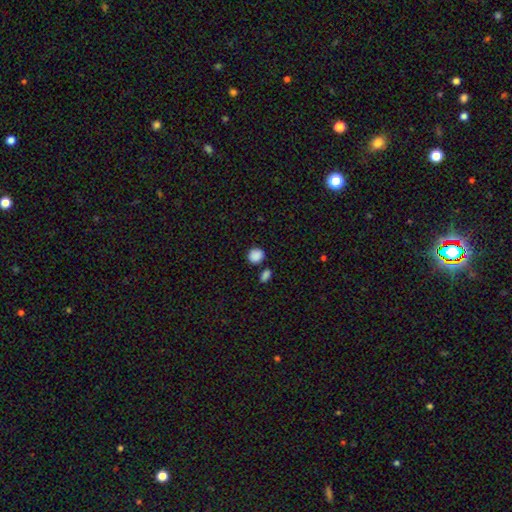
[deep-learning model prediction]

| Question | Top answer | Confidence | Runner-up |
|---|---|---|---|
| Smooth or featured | smooth | 88% | star or artifact (9%) |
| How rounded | round | 78% | in between (21%) |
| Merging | none | 80% | minor disturbance (9%) |